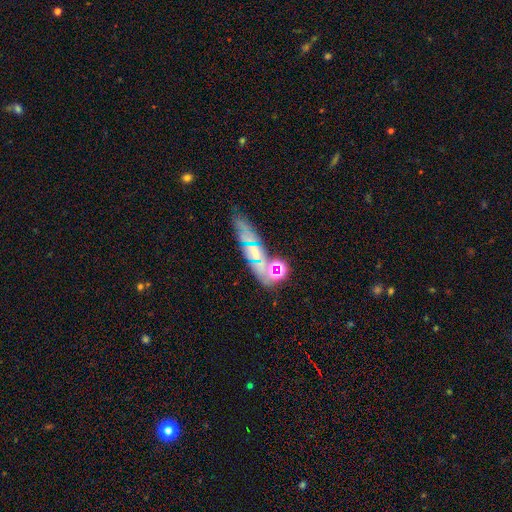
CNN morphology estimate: Smooth or featured?
  - featured or disk: 42% *
  - star or artifact: 32%
  - smooth: 26%
Merging?
  - none: 64% *
  - minor disturbance: 15%
  - merger: 12%
  - major disturbance: 9%